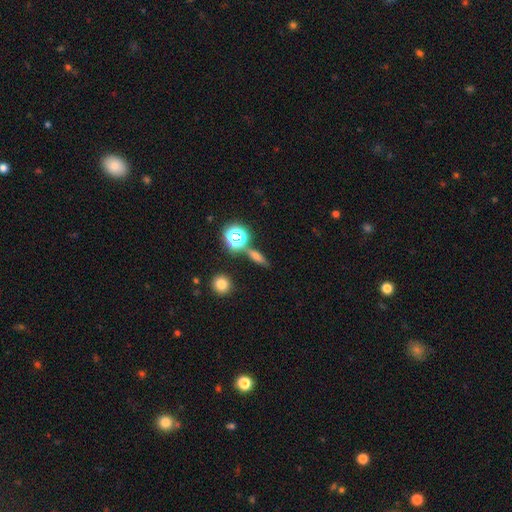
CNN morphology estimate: type=smooth (51%); roundness=cigar-shaped (44%); merging=none (76%).